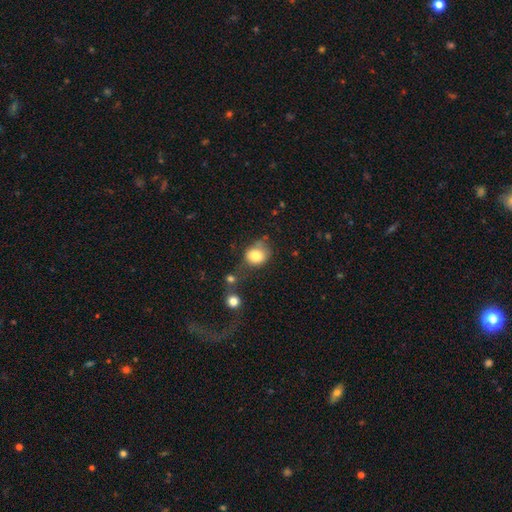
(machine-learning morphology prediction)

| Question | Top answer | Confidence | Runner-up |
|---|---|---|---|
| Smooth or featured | smooth | 81% | featured or disk (10%) |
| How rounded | round | 66% | in between (33%) |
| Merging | none | 50% | minor disturbance (26%) |